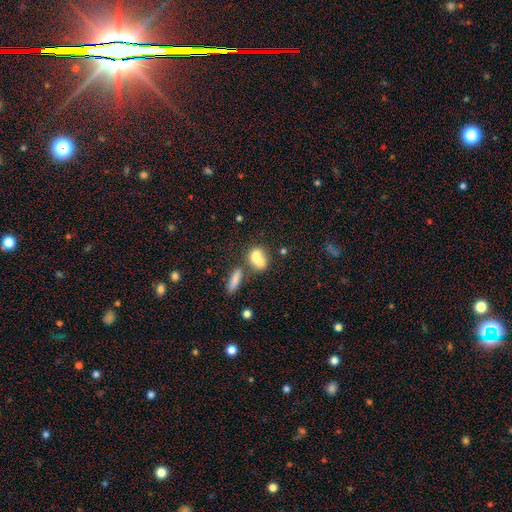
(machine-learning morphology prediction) This is likely a smooth galaxy (74%). How rounded: likely in between (65%). Merging: possibly merger (46%).